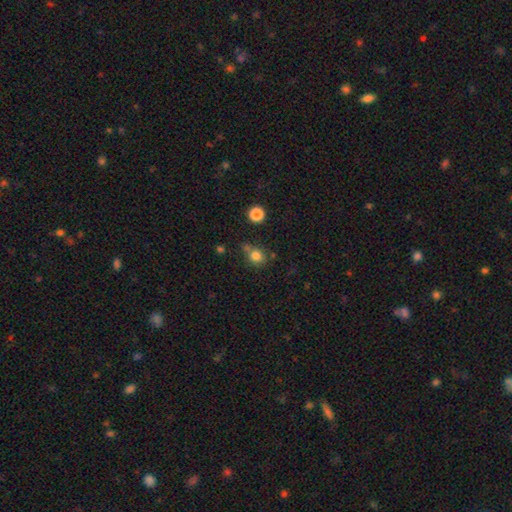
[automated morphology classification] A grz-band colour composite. It shows a smooth galaxy with no disk features (81%) that is round (80%). Merging: none (64%).